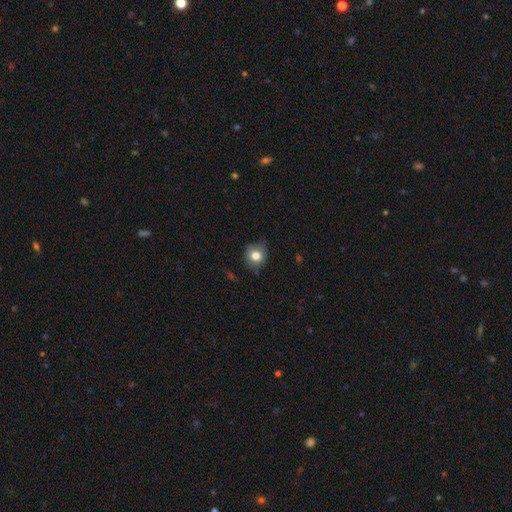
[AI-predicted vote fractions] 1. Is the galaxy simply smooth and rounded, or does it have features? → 76% smooth, 15% featured or disk, 10% star or artifact.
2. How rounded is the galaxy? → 75% round, 24% in between, 1% cigar-shaped.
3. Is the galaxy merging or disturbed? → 72% none, 22% minor disturbance, 5% major disturbance, 1% merger.